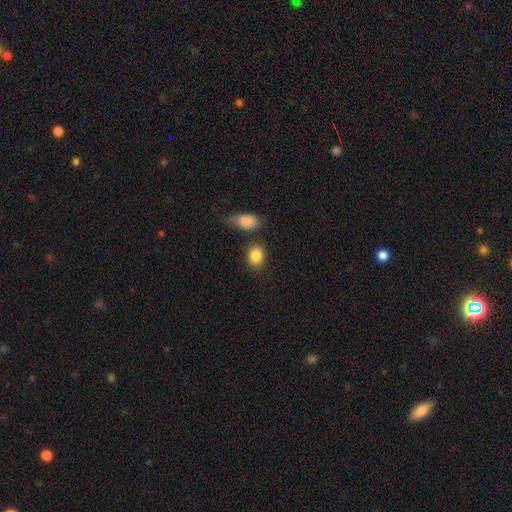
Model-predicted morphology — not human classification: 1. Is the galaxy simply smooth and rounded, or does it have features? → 87% smooth, 8% star or artifact, 5% featured or disk.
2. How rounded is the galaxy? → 55% round, 43% in between, 1% cigar-shaped.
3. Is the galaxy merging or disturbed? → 74% none, 12% minor disturbance, 10% merger, 4% major disturbance.